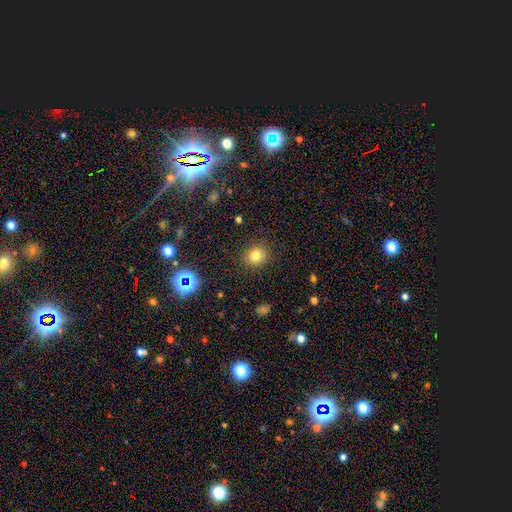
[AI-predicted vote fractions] A smooth galaxy with no disk features (79%) that is round (77%).

Vote fractions:
- Smooth or featured? smooth: 79% / star or artifact: 14% / featured or disk: 7%
- How rounded? round: 77% / in between: 22% / cigar-shaped: 1%
- Merging? none: 87% / minor disturbance: 8% / major disturbance: 3% / merger: 1%